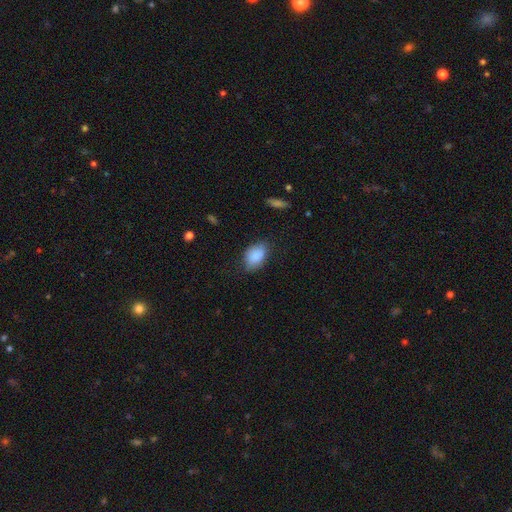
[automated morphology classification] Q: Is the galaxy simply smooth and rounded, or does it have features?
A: smooth — 88%.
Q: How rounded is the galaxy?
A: in between — 87%.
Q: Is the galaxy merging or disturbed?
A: none — 74%.